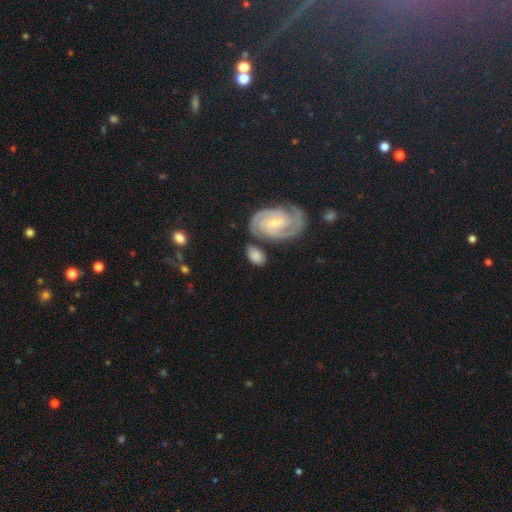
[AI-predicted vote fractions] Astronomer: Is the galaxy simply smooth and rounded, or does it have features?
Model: smooth — 49% (runner-up: featured or disk, 44%).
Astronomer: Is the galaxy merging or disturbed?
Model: none — 60%.